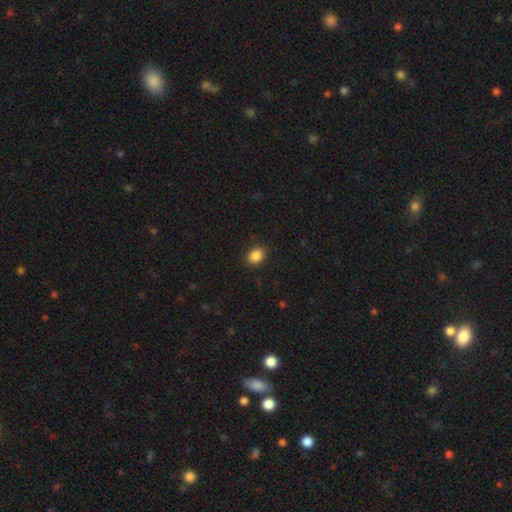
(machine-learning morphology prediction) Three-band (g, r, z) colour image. It shows a smooth galaxy with no disk features (87%) that is in between round and cigar-shaped (56%). Merging: none (86%).